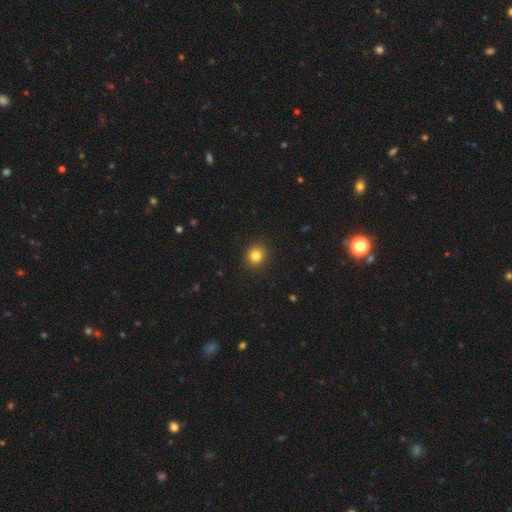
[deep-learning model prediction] smooth_or_featured: smooth (p=0.83) [alt: star or artifact p=0.11]
how_rounded: round (p=0.84) [alt: in between p=0.15]
merging: none (p=0.91) [alt: minor disturbance p=0.06]